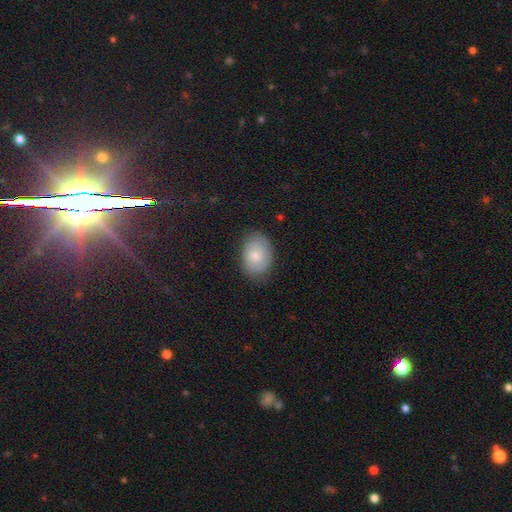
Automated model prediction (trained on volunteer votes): Smooth or featured? smooth (67%)
How rounded? in between (75%)
Merging? none (78%)